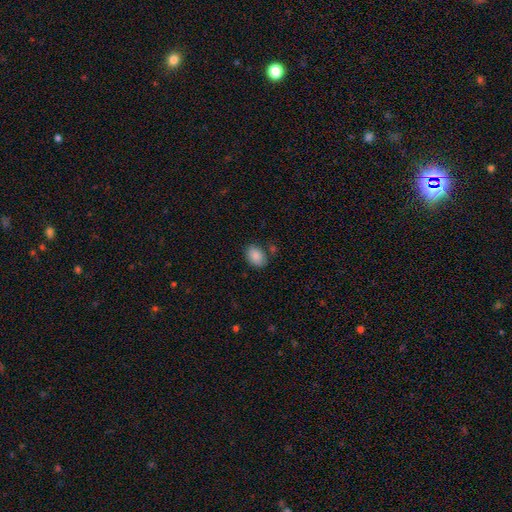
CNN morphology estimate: A smooth galaxy with no disk features (88%) that is in between round and cigar-shaped (82%).

Vote fractions:
- Smooth or featured? smooth: 88% / star or artifact: 7% / featured or disk: 5%
- How rounded? in between: 82% / round: 17% / cigar-shaped: 1%
- Merging? none: 78% / minor disturbance: 14% / merger: 5% / major disturbance: 4%